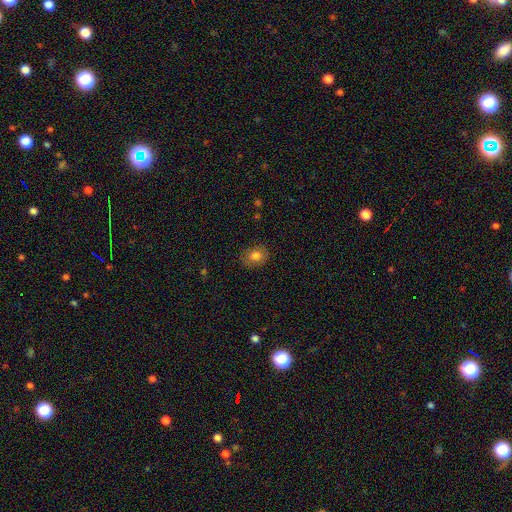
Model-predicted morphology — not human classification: Q: Smooth or featured?
A: smooth (78%); runner-up: featured or disk (12%)
Q: How rounded?
A: round (52%); runner-up: in between (47%)
Q: Merging?
A: none (83%); runner-up: minor disturbance (13%)